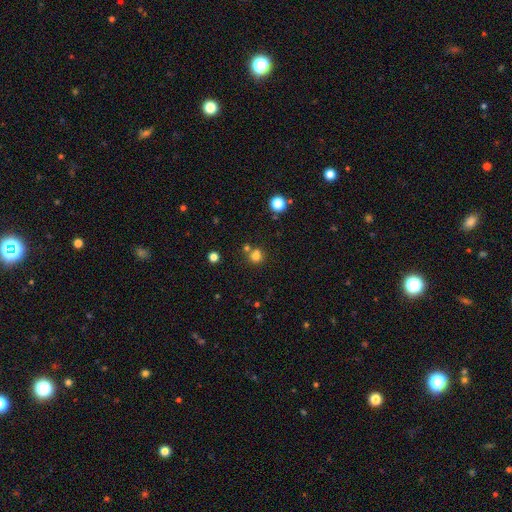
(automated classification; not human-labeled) Smooth or featured? smooth (75%)
How rounded? round (86%)
Merging? none (60%)